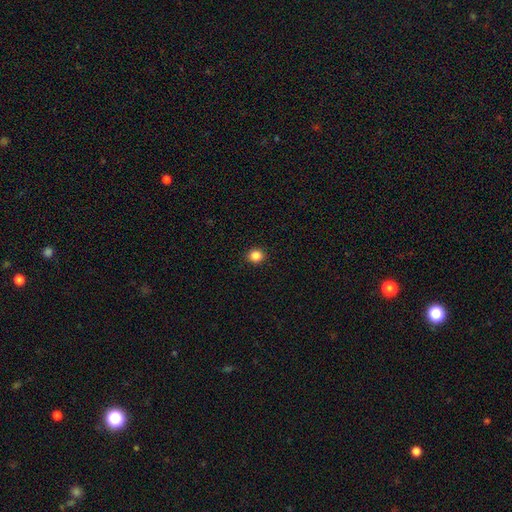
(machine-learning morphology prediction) smooth 85%, star or artifact 11%, featured or disk 3%. Down the decision tree: how rounded — round (88%); merging — none (93%).